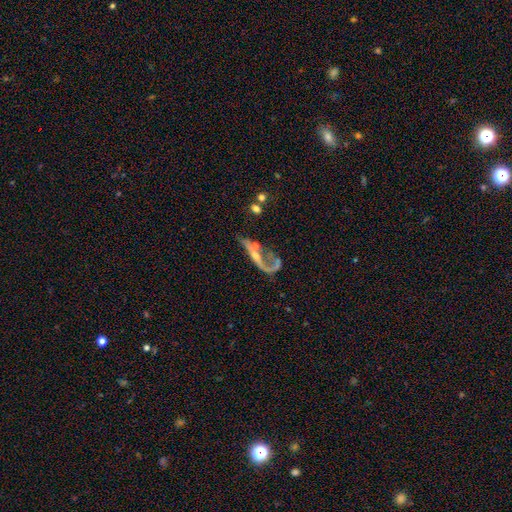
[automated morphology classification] Q: Smooth or featured?
A: featured or disk (67%); runner-up: smooth (21%)
Q: Edge-on disk?
A: no (79%); runner-up: yes (21%)
Q: Bar?
A: no (73%); runner-up: weak (18%)
Q: Spiral arms?
A: no (51%); runner-up: yes (49%)
Q: Bulge size?
A: small (42%); runner-up: moderate (26%)
Q: Merging?
A: major disturbance (35%); runner-up: merger (29%)